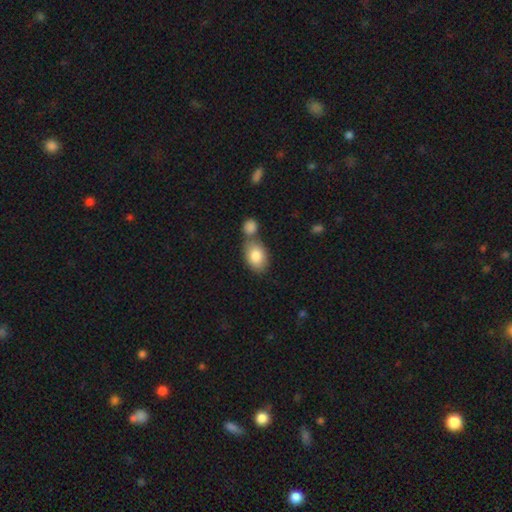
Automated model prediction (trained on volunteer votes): The model was most divided on "merging": none: 48%, merger: 36%, minor disturbance: 12%, major disturbance: 4%. More confident: how rounded — in between (85%); smooth or featured — smooth (83%).